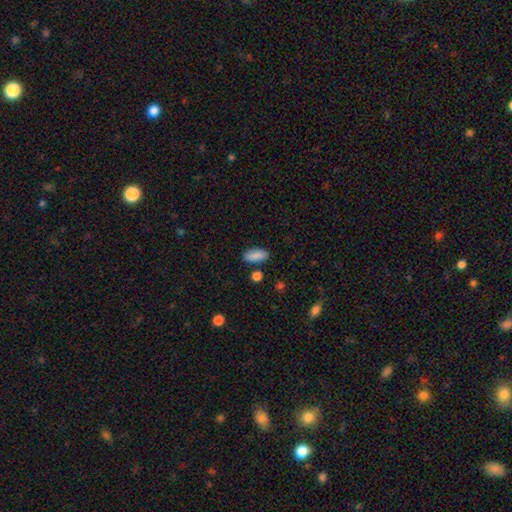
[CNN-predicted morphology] Smooth or featured? Predicted: smooth (p=0.88). How rounded? Predicted: in between (p=0.84). Merging? Predicted: none (p=0.85).